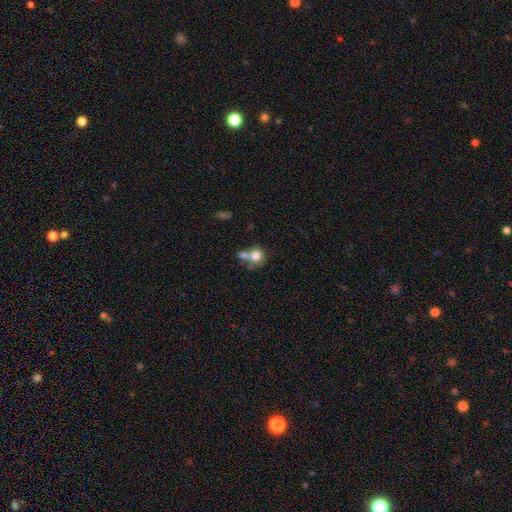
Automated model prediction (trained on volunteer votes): Smooth or featured? Predicted: smooth (p=0.76). How rounded? Predicted: round (p=0.74). Merging? Predicted: merger (p=0.46).